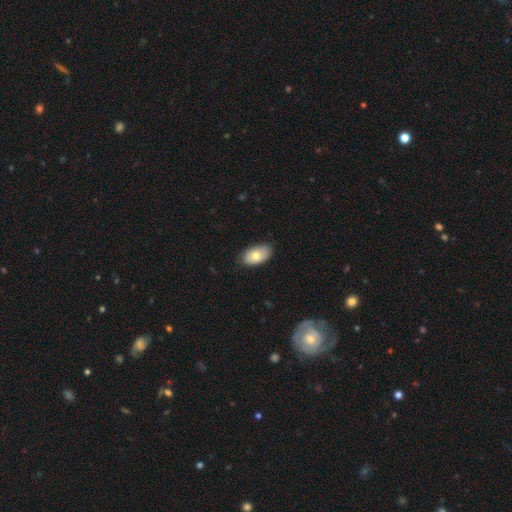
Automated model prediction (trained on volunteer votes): Smooth or featured? Predicted: smooth (p=0.71). How rounded? Predicted: in between (p=0.93). Merging? Predicted: none (p=0.80).